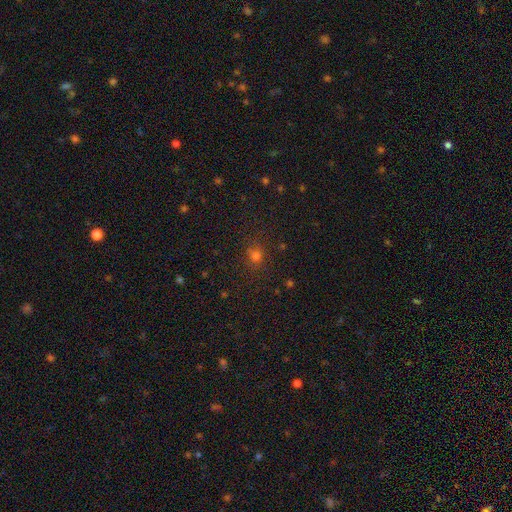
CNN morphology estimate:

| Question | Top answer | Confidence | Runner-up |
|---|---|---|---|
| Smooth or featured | smooth | 66% | star or artifact (27%) |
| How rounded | round | 77% | in between (21%) |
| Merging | none | 83% | minor disturbance (11%) |